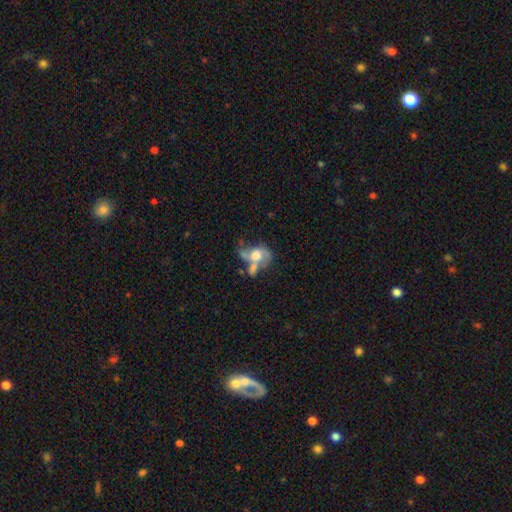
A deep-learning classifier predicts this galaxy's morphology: Overall: featured or disk (53%; smooth 39%). Edge-on disk: no (95%). Merging: merger (45%; none 22%).